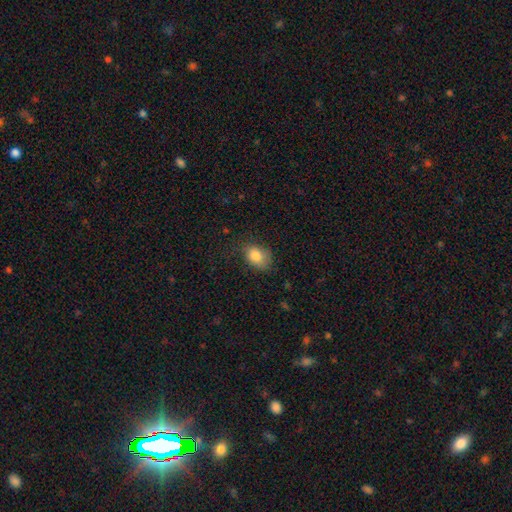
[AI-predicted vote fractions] Morphology: type=smooth (83%); roundness=in between (73%); merging=none (63%).